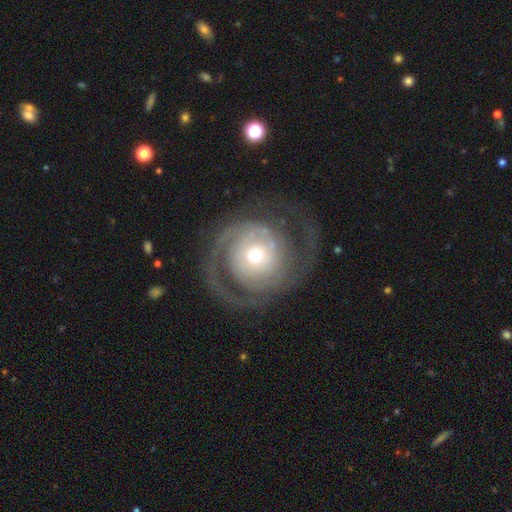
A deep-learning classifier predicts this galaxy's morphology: smooth_or_featured: featured or disk (p=0.81) [alt: smooth p=0.14]
disk_edge_on: no (p=0.97) [alt: yes p=0.03]
bar: no (p=0.78) [alt: weak p=0.16]
has_spiral_arms: yes (p=0.88) [alt: no p=0.12]
spiral_winding: tight (p=0.55) [alt: medium p=0.31]
spiral_arm_count: 2 (p=0.64) [alt: can't tell p=0.14]
bulge_size: moderate (p=0.48) [alt: small p=0.41]
merging: none (p=0.66) [alt: major disturbance p=0.18]